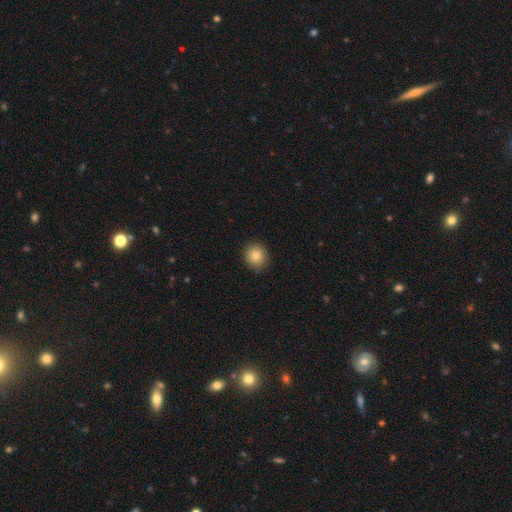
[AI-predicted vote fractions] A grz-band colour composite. It shows a smooth galaxy with no disk features (83%) that is round (86%). Merging: none (88%).